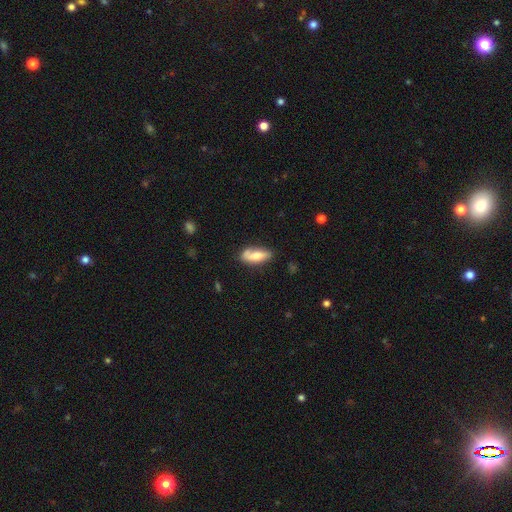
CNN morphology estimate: A smooth galaxy with no disk features (66%) that is in between round and cigar-shaped (71%).

Vote fractions:
- Smooth or featured? smooth: 66% / featured or disk: 27% / star or artifact: 7%
- How rounded? in between: 71% / cigar-shaped: 26% / round: 3%
- Merging? none: 59% / minor disturbance: 25% / merger: 9% / major disturbance: 7%